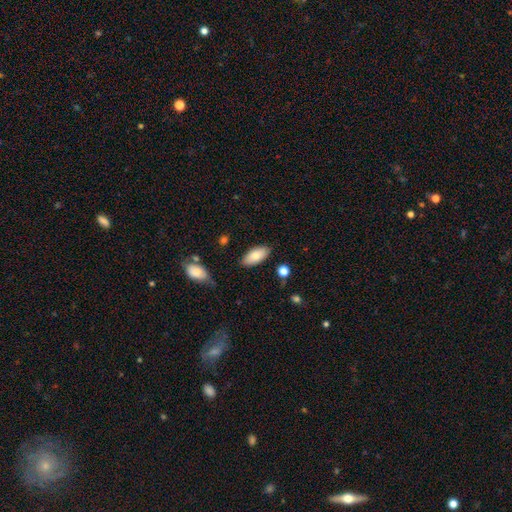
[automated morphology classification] smooth 79%, featured or disk 15%, star or artifact 7%. Down the decision tree: how rounded — in between (89%); merging — none (84%).